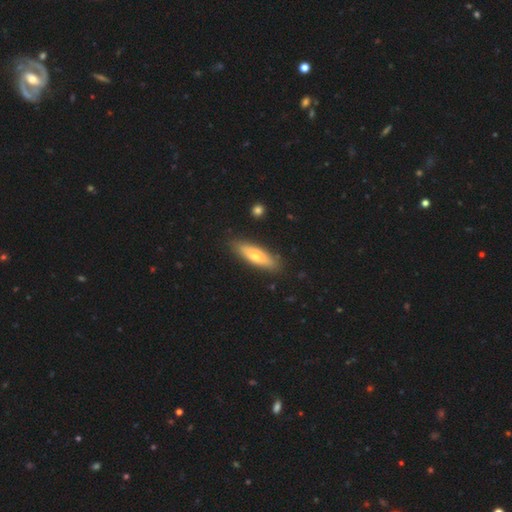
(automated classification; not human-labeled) Q: Smooth or featured?
A: smooth (58%); runner-up: featured or disk (37%)
Q: How rounded?
A: cigar-shaped (53%); runner-up: in between (45%)
Q: Merging?
A: none (86%); runner-up: minor disturbance (10%)